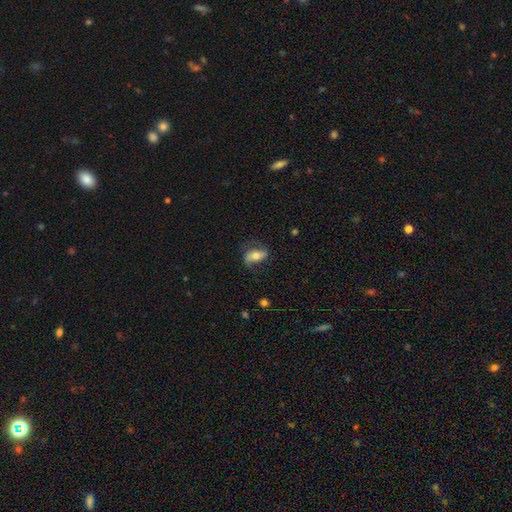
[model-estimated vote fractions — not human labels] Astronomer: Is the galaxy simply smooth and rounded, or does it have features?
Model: featured or disk — 52% (runner-up: smooth, 40%).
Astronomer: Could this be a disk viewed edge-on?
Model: no — 87%.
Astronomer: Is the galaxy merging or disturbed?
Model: none — 69%.